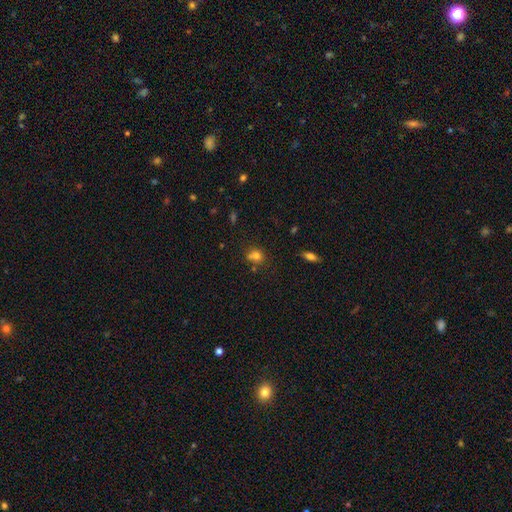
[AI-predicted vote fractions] Smooth or featured? smooth (73%)
How rounded? round (74%)
Merging? none (51%)